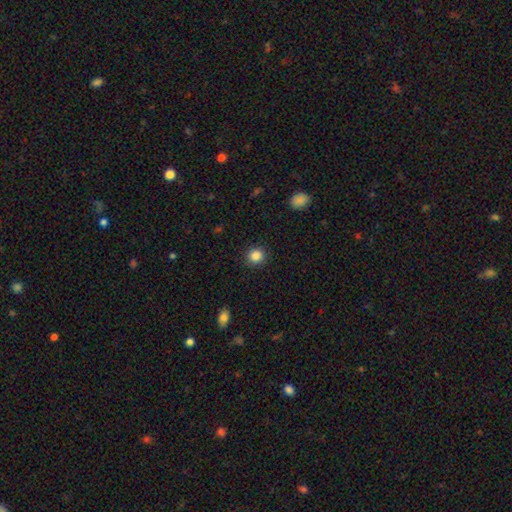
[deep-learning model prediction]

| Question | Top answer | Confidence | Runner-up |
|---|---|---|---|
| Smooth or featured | smooth | 86% | star or artifact (10%) |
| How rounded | round | 89% | in between (10%) |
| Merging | none | 91% | minor disturbance (6%) |